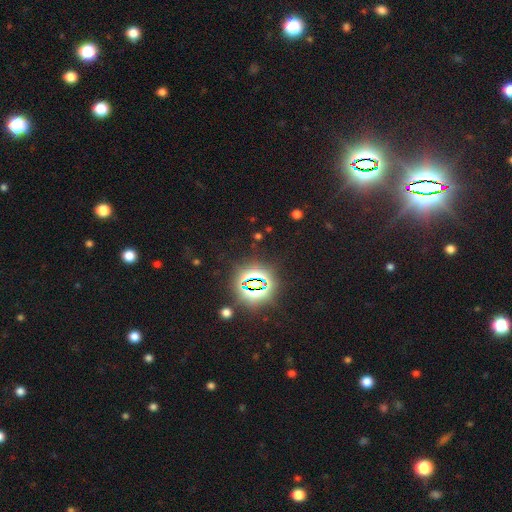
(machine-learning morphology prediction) Smooth or featured?
  - star or artifact: 84% *
  - smooth: 9%
  - featured or disk: 7%